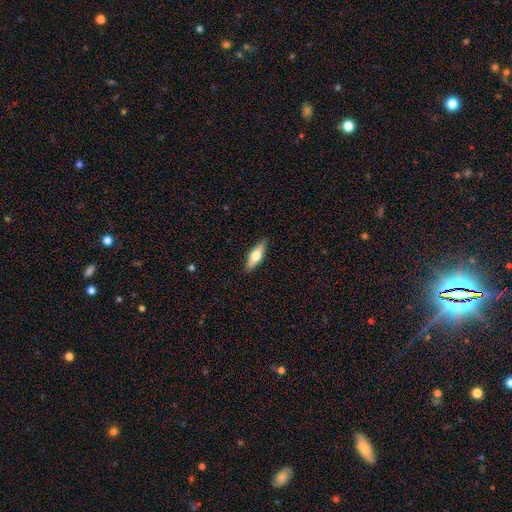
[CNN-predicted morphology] A smooth galaxy with no disk features (52%) that is in between round and cigar-shaped (51%). Merging: none (89%).